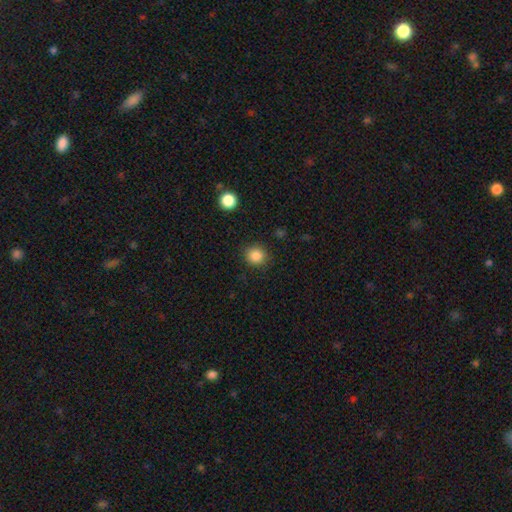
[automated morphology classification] smooth 86%, star or artifact 11%, featured or disk 3%. Down the decision tree: how rounded — round (91%); merging — none (89%).